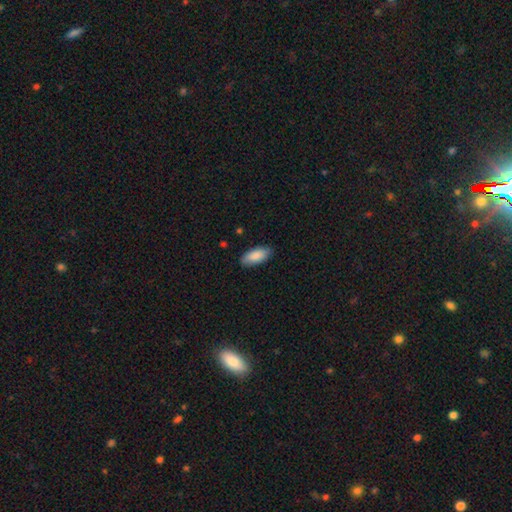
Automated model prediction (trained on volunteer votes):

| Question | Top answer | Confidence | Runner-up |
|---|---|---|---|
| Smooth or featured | smooth | 88% | featured or disk (7%) |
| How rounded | in between | 88% | cigar-shaped (11%) |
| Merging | none | 86% | minor disturbance (11%) |